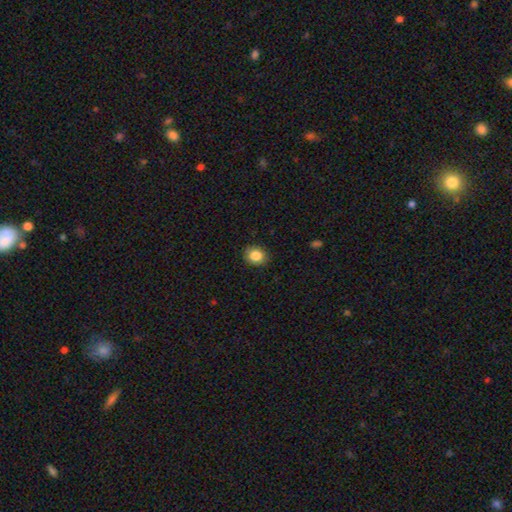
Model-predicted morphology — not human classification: Smooth or featured? smooth (85%)
How rounded? round (67%)
Merging? none (88%)